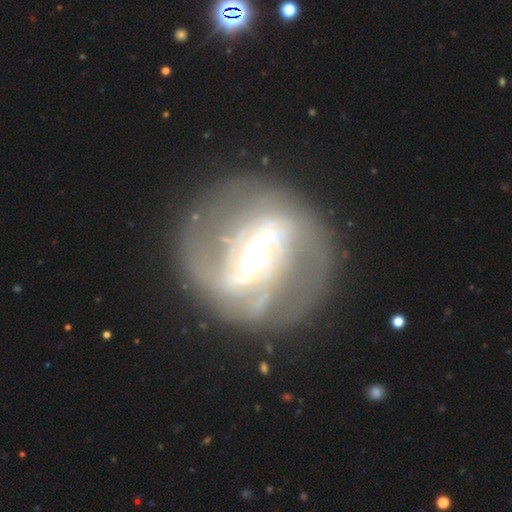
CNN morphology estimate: Smooth or featured: featured or disk — 85% (smooth — 8%)
Edge-on disk: no — 95% (yes — 5%)
Bar: strong — 61% (weak — 28%)
Spiral arms: yes — 89% (no — 11%)
Spiral winding: medium — 41% (tight — 33%)
Spiral arm count: 2 — 59% (can't tell — 17%)
Bulge size: moderate — 50% (small — 40%)
Merging: none — 70% (minor disturbance — 15%)